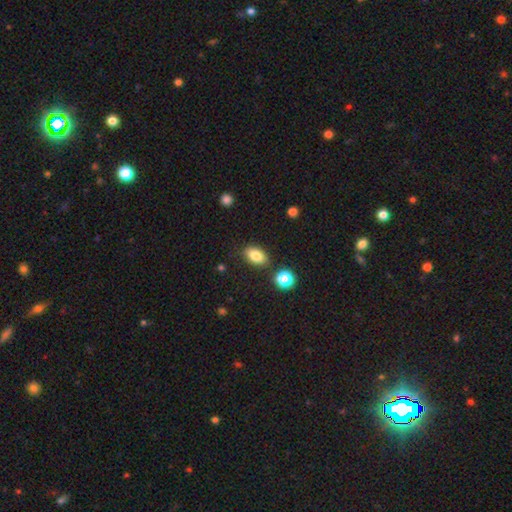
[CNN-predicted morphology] type=smooth (84%); roundness=in between (89%); merging=none (83%).